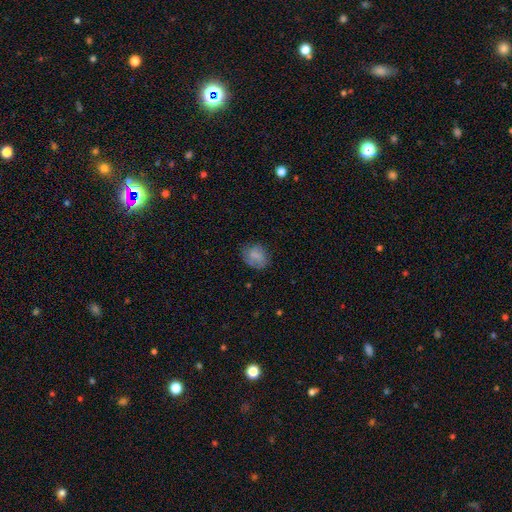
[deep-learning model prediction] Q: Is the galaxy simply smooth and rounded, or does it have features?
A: smooth — 74%.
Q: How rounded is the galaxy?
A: round — 54%.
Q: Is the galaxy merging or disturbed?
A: none — 67%.